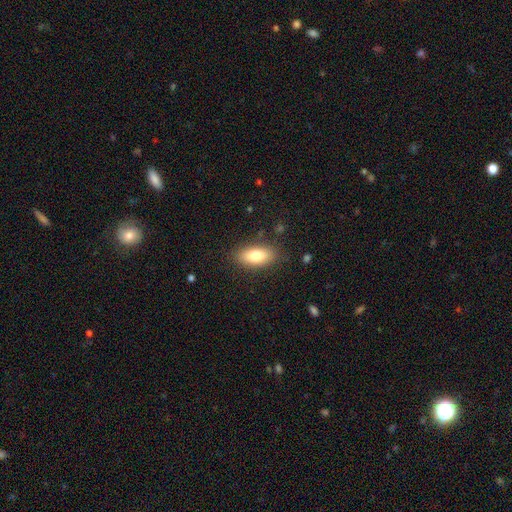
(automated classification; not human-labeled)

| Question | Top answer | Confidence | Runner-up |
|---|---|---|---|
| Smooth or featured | smooth | 79% | featured or disk (14%) |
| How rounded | in between | 84% | cigar-shaped (13%) |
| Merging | none | 85% | minor disturbance (11%) |